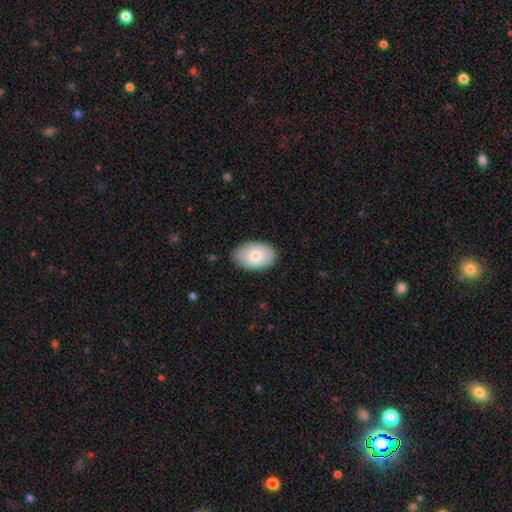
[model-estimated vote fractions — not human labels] Q: Smooth or featured?
A: smooth (76%); runner-up: featured or disk (18%)
Q: How rounded?
A: in between (88%); runner-up: round (11%)
Q: Merging?
A: none (84%); runner-up: minor disturbance (13%)